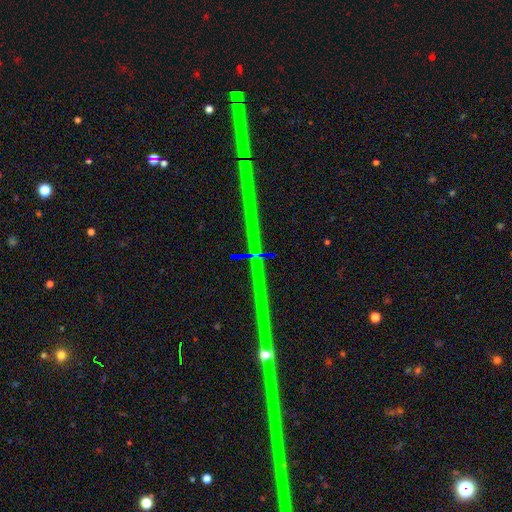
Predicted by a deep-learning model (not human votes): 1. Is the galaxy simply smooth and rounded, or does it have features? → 84% star or artifact, 11% featured or disk, 5% smooth.